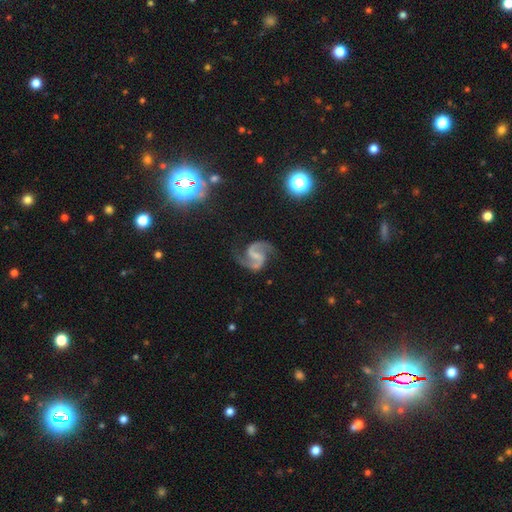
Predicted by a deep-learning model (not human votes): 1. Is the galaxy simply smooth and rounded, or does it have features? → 92% featured or disk, 5% star or artifact, 3% smooth.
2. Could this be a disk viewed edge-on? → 99% no, 1% yes.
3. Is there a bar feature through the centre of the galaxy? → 47% weak, 32% strong, 21% no.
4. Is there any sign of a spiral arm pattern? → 98% yes, 2% no.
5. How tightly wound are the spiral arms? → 59% medium, 31% loose, 11% tight.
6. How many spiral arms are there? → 95% 2, 1% can't tell, 1% 1, 1% 3, 1% 4, 1% more than 4.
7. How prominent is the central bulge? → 42% none, 41% small, 14% moderate, 2% large, 1% dominant.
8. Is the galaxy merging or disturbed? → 79% none, 14% minor disturbance, 6% major disturbance, 2% merger.